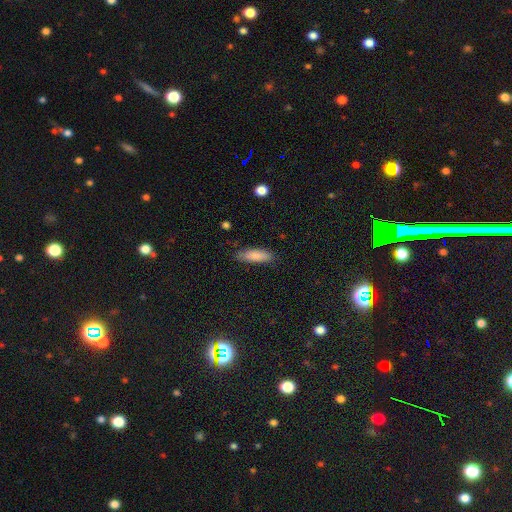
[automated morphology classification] Smooth or featured? smooth (86%)
How rounded? in between (49%, tied with cigar-shaped)
Merging? none (83%)